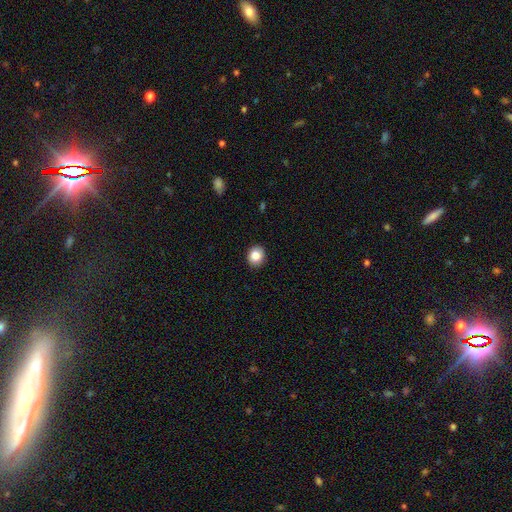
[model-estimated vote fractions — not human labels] smooth 85%, star or artifact 9%, featured or disk 6%. Down the decision tree: how rounded — round (71%); merging — none (90%).